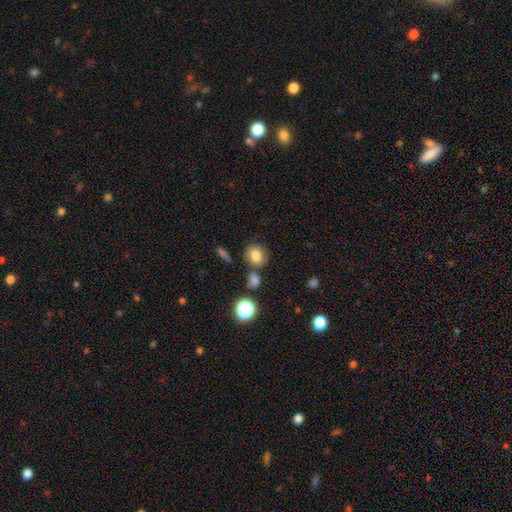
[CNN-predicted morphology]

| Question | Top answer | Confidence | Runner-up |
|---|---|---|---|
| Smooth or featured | smooth | 79% | star or artifact (13%) |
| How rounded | round | 70% | in between (29%) |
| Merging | none | 73% | minor disturbance (12%) |